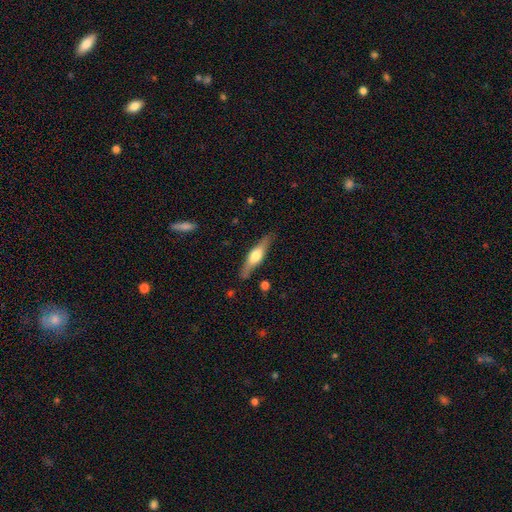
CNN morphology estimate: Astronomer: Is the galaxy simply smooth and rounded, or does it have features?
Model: featured or disk — 55% (runner-up: smooth, 39%).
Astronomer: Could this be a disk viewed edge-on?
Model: yes — 92%.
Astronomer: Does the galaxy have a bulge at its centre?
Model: rounded — 90%.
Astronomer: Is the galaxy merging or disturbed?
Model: none — 84%.